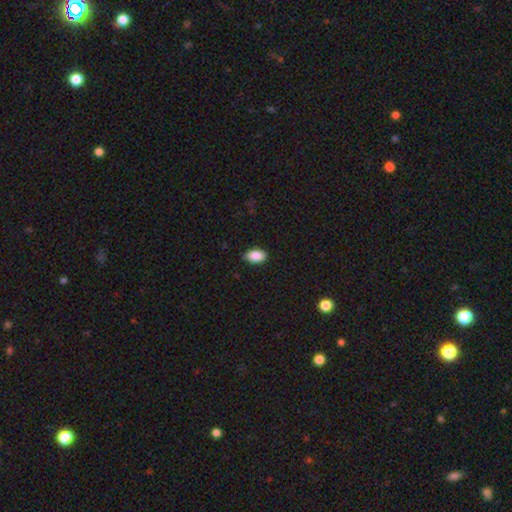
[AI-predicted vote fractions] Morphology: type=smooth (88%); roundness=in between (92%); merging=none (84%).